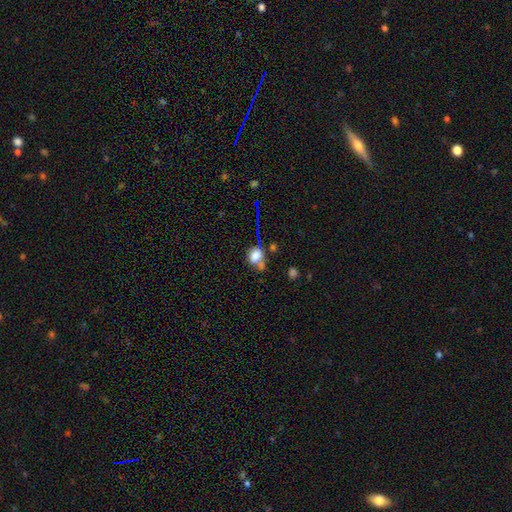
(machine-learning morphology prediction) Smooth or featured? smooth (70%)
How rounded? round (55%)
Merging? none (44%)